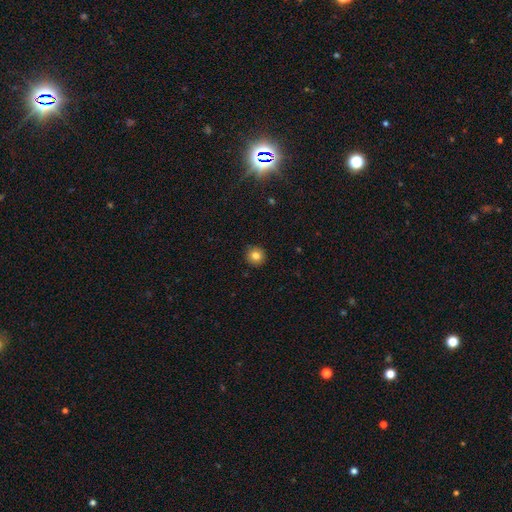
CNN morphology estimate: Overall: smooth (82%). How rounded: round (94%). Merging: none (91%).